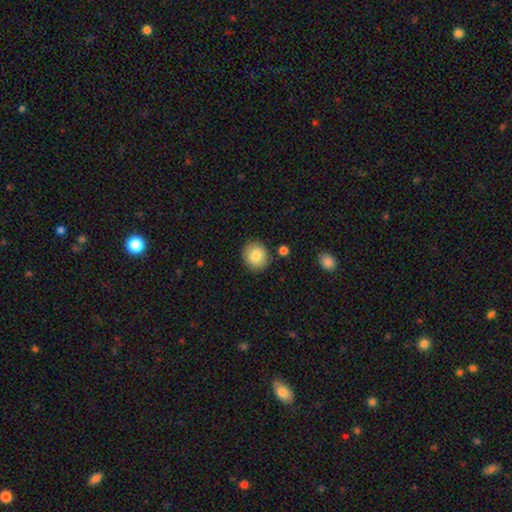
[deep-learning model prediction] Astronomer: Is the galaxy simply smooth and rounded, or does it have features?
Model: smooth — 82%.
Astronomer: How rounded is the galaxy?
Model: round — 82%.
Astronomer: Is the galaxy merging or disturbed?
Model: none — 87%.